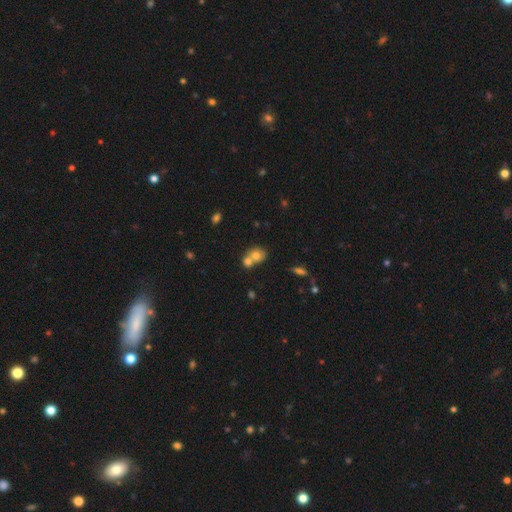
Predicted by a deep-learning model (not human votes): Smooth or featured: smooth — 73% (featured or disk — 16%)
How rounded: round — 63% (in between — 35%)
Merging: merger — 61% (none — 30%)